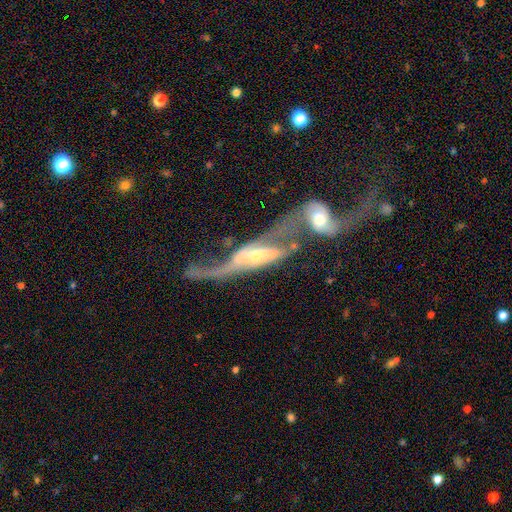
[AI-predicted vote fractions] The model was most divided on "bar": strong: 37%, weak: 36%, no: 26%. More confident: spiral arms — yes (84%); smooth or featured — featured or disk (81%); edge-on disk — no (77%); spiral winding — loose (76%); merging — merger (71%); spiral arm count — 2 (70%); bulge size — moderate (52%).